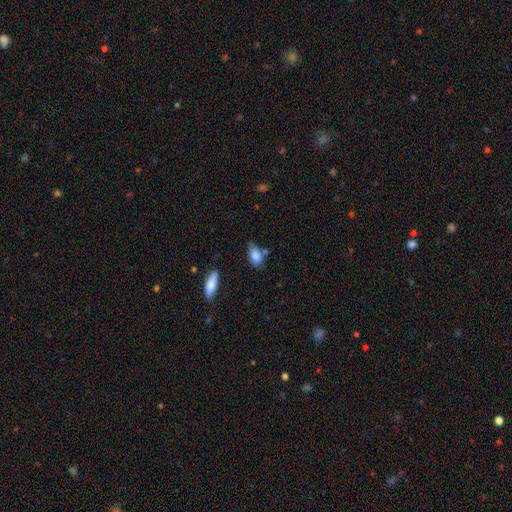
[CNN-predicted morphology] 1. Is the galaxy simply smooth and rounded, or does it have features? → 83% smooth, 10% featured or disk, 8% star or artifact.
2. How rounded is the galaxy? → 86% in between, 8% round, 6% cigar-shaped.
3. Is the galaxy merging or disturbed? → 54% none, 30% minor disturbance, 10% merger, 6% major disturbance.